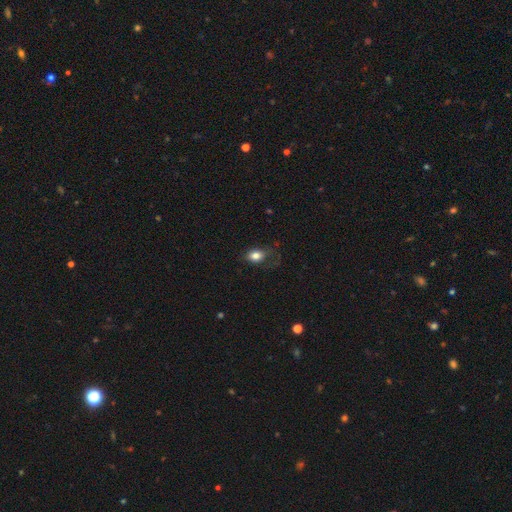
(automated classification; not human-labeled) Smooth or featured? smooth (82%)
How rounded? in between (71%)
Merging? none (60%)